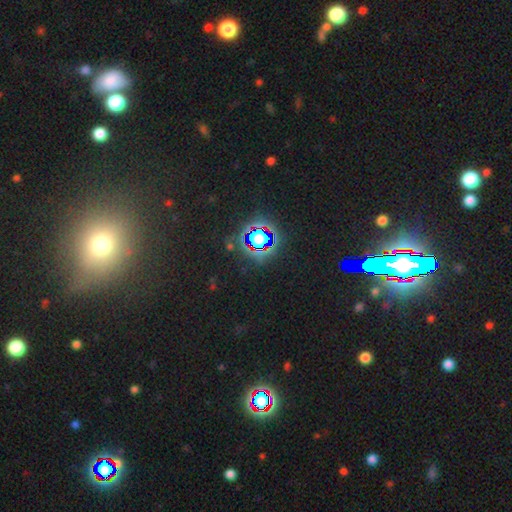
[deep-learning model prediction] smooth_or_featured: star or artifact (p=0.74) [alt: smooth p=0.15]